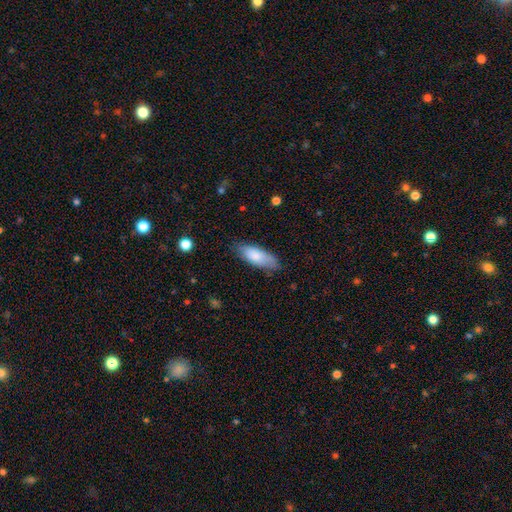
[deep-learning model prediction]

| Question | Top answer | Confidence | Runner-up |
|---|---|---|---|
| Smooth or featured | smooth | 81% | featured or disk (13%) |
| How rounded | in between | 72% | cigar-shaped (26%) |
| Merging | none | 73% | minor disturbance (21%) |